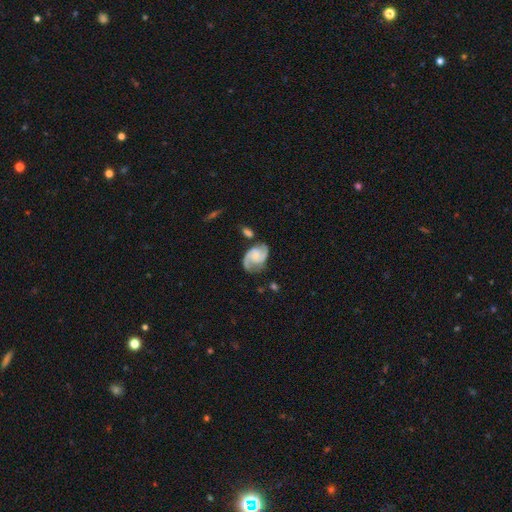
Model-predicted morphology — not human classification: This is clearly a featured or disk galaxy (84%). It is clearly not viewed edge-on (98%). Bar: likely no (62%). Spiral arm pattern: clearly yes (97%). Spiral arm count: clearly 2 (91%). Spiral winding: possibly medium (52%). Central bulge: marginally small (39%). Merging: likely none (67%).